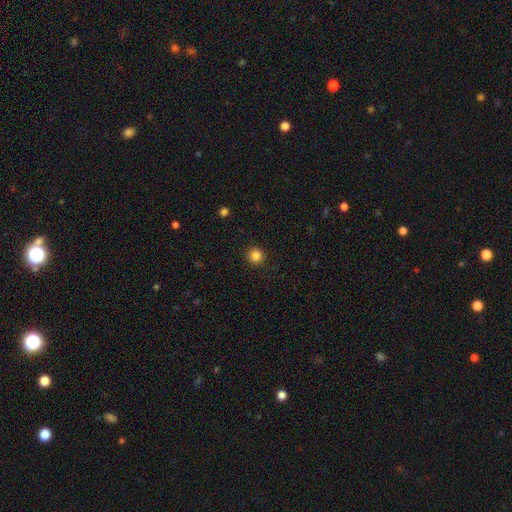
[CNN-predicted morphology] type=smooth (84%); roundness=round (95%); merging=none (92%).